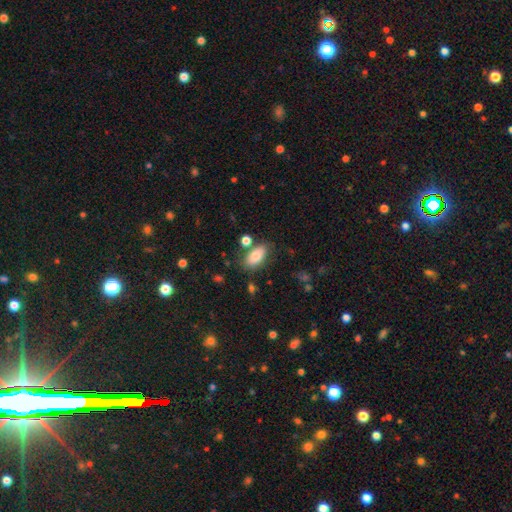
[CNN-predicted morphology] This appears to be a smooth galaxy with no disk features (80%) that is in between round and cigar-shaped (92%). Merging: none (73%).